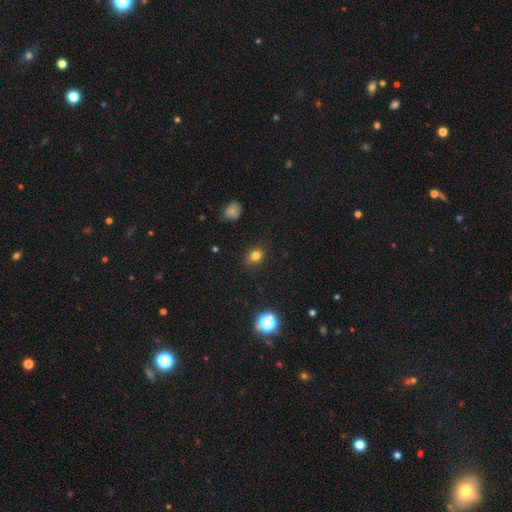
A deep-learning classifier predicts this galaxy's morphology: Q: Smooth or featured?
A: smooth (79%); runner-up: star or artifact (15%)
Q: How rounded?
A: round (53%); runner-up: in between (46%)
Q: Merging?
A: none (83%); runner-up: minor disturbance (13%)